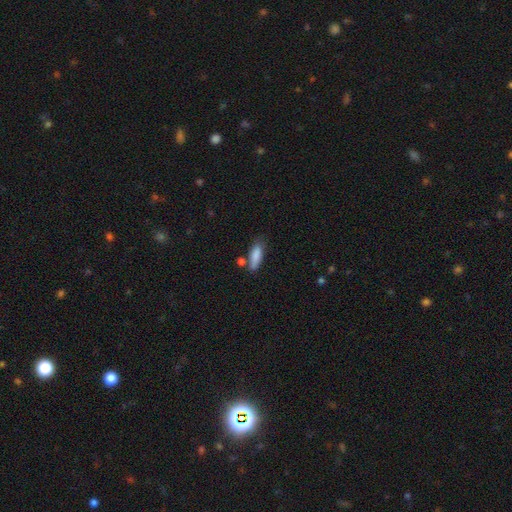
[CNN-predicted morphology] smooth_or_featured: smooth (p=0.85) [alt: featured or disk p=0.08]
how_rounded: in between (p=0.56) [alt: cigar-shaped p=0.42]
merging: none (p=0.60) [alt: minor disturbance p=0.22]